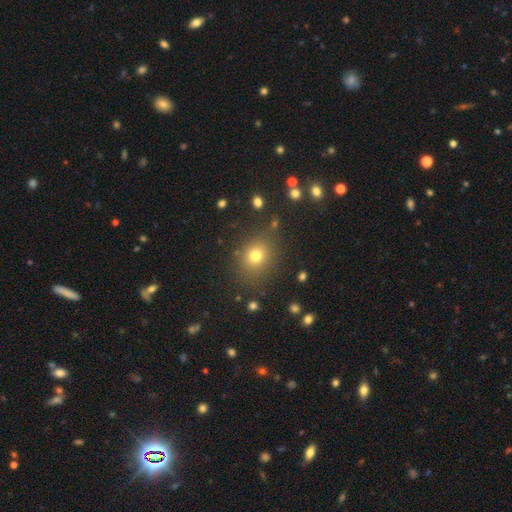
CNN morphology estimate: This is likely a smooth galaxy (74%). How rounded: likely round (69%). Merging: clearly none (82%).